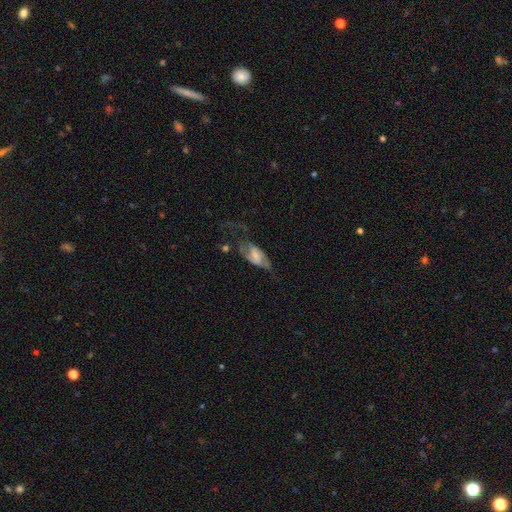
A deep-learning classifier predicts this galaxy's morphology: type=featured or disk (63%); edge-on=no (90%); bar=weak (44%); spiral arms=yes (77%); bulge=small (37%); merging=major disturbance (42%).